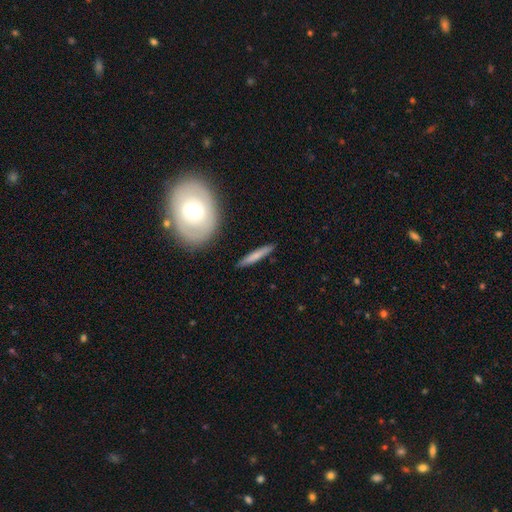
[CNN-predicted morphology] smooth 68%, featured or disk 27%, star or artifact 6%. Down the decision tree: how rounded — cigar-shaped (92%); merging — none (89%).